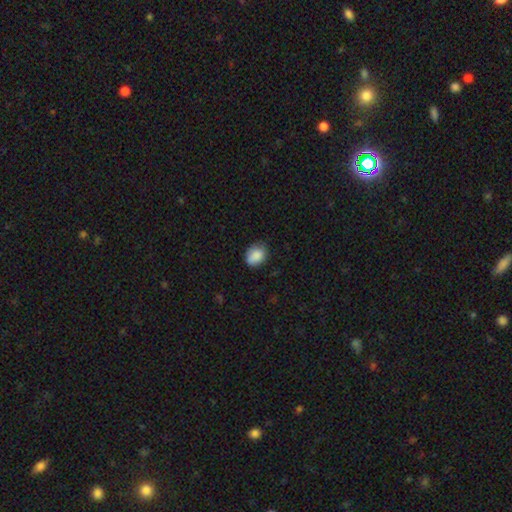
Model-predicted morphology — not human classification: smooth-or-featured: smooth: 87% | star or artifact: 8% | featured or disk: 5%
  how-rounded: in between: 69% | round: 30% | cigar-shaped: 1%
  merging: none: 68% | minor disturbance: 27% | major disturbance: 4% | merger: 1%